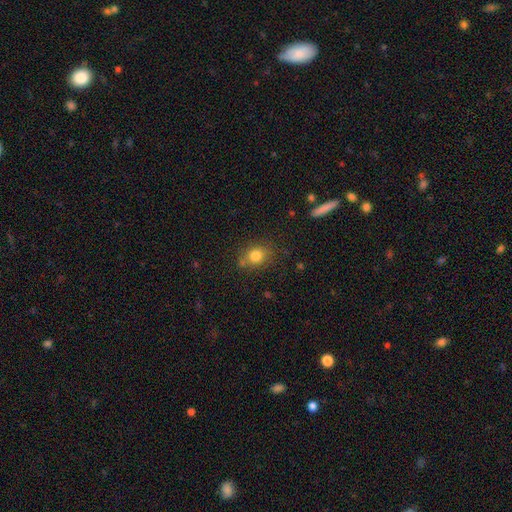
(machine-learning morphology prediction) A smooth galaxy with no disk features (80%) that is round (58%). Merging: none (70%).